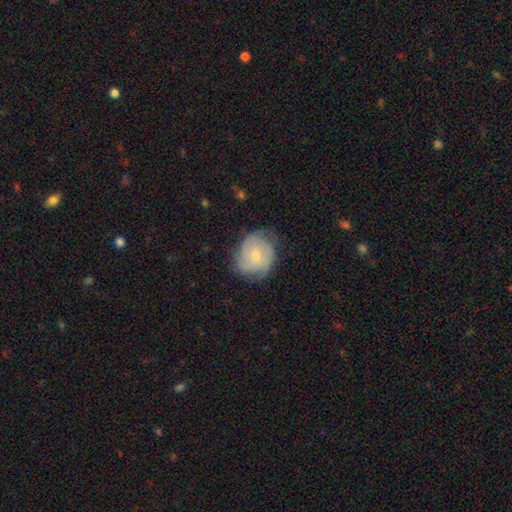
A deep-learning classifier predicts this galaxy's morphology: Smooth or featured: featured or disk — 64% (smooth — 29%)
Edge-on disk: no — 97% (yes — 3%)
Bar: no — 70% (weak — 26%)
Spiral arms: yes — 88% (no — 12%)
Spiral winding: tight — 57% (medium — 34%)
Spiral arm count: can't tell — 34% (3 — 24%)
Bulge size: small — 66% (moderate — 30%)
Merging: none — 68% (minor disturbance — 23%)